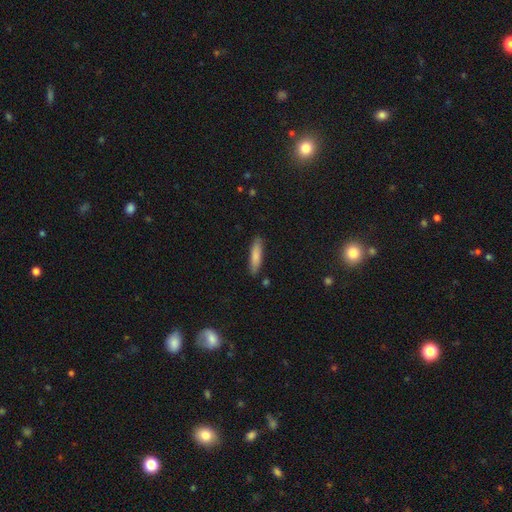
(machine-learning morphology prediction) smooth-or-featured: smooth: 80% | featured or disk: 14% | star or artifact: 6%
  how-rounded: cigar-shaped: 79% | in between: 19% | round: 1%
  merging: none: 86% | minor disturbance: 10% | merger: 2% | major disturbance: 2%